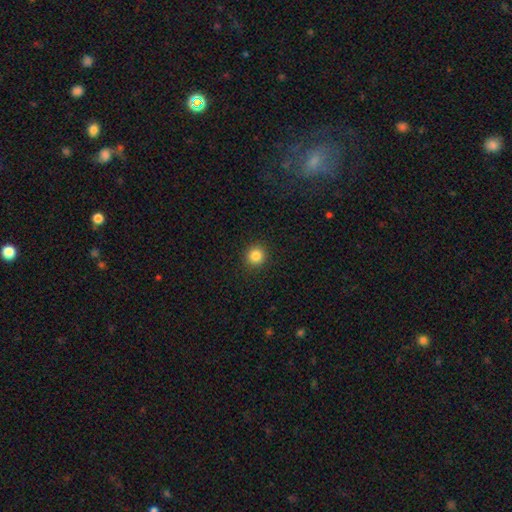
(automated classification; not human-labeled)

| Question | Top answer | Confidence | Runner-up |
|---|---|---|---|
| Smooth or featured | smooth | 85% | star or artifact (11%) |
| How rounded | round | 92% | in between (7%) |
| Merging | none | 92% | minor disturbance (5%) |